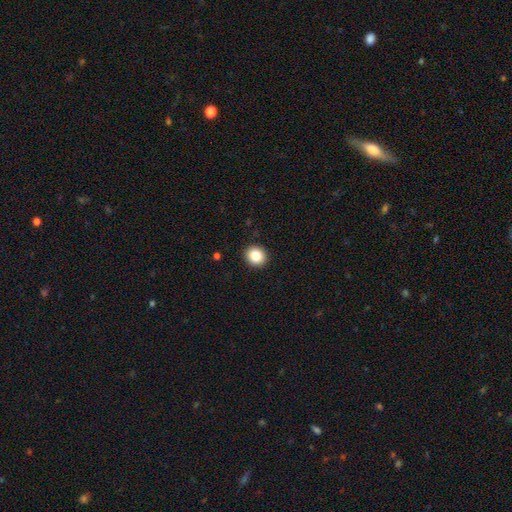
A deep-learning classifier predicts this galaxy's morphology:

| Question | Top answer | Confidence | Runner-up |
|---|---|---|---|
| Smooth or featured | smooth | 86% | star or artifact (9%) |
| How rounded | round | 81% | in between (18%) |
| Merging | none | 92% | minor disturbance (5%) |